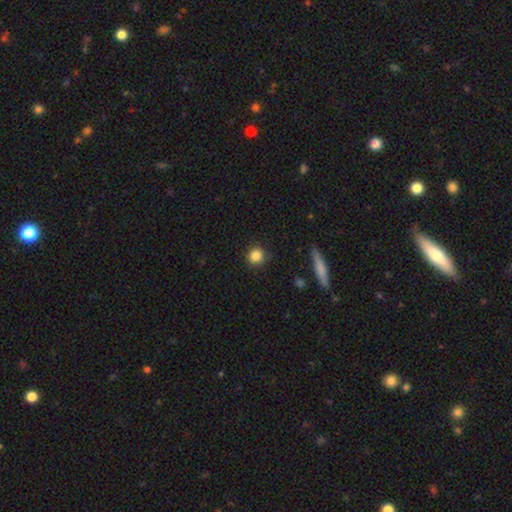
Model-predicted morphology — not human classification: smooth_or_featured: smooth (p=0.85) [alt: star or artifact p=0.10]
how_rounded: round (p=0.93) [alt: in between p=0.06]
merging: none (p=0.89) [alt: minor disturbance p=0.07]